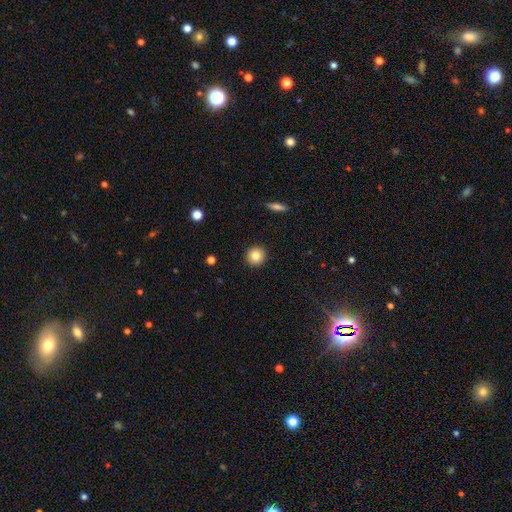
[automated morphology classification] The model was most divided on "smooth or featured": smooth: 83%, star or artifact: 9%, featured or disk: 8%. More confident: how rounded — round (94%); merging — none (93%).